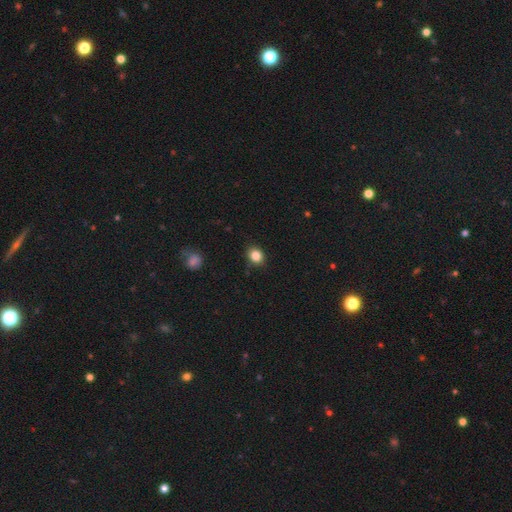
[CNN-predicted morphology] smooth_or_featured: smooth (p=0.84) [alt: star or artifact p=0.10]
how_rounded: round (p=0.52) [alt: in between p=0.47]
merging: none (p=0.87) [alt: minor disturbance p=0.10]